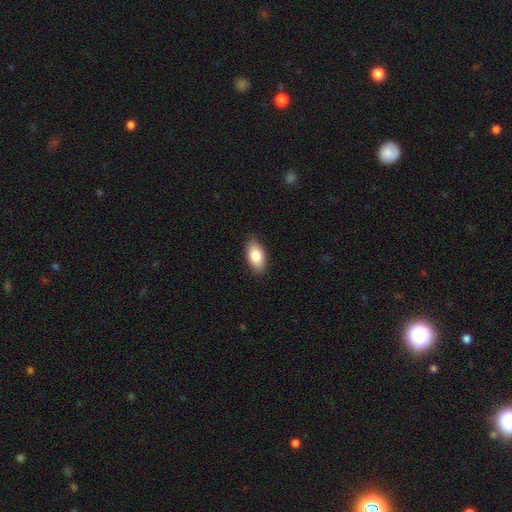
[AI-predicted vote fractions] smooth-or-featured: smooth: 83% | featured or disk: 11% | star or artifact: 7%
  how-rounded: in between: 92% | cigar-shaped: 4% | round: 4%
  merging: none: 87% | minor disturbance: 10% | major disturbance: 2% | merger: 1%